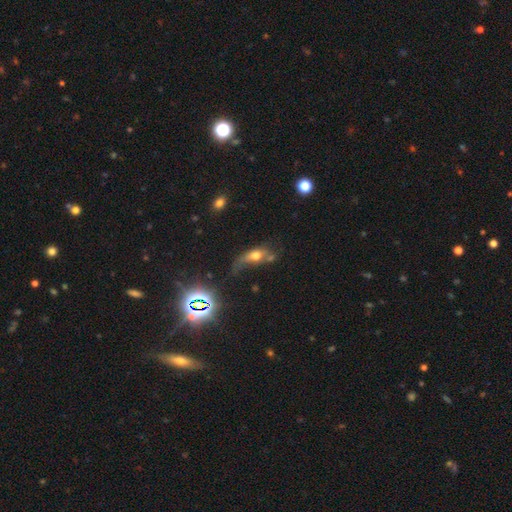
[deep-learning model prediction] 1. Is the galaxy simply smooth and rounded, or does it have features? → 55% smooth, 28% featured or disk, 17% star or artifact.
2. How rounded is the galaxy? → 66% in between, 18% cigar-shaped, 17% round.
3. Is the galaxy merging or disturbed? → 31% major disturbance, 28% none, 23% minor disturbance, 18% merger.